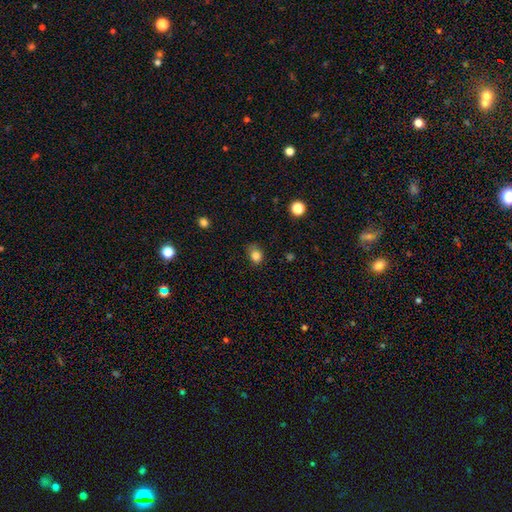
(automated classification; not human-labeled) smooth 84%, star or artifact 11%, featured or disk 5%. Down the decision tree: how rounded — round (53%); merging — none (62%).